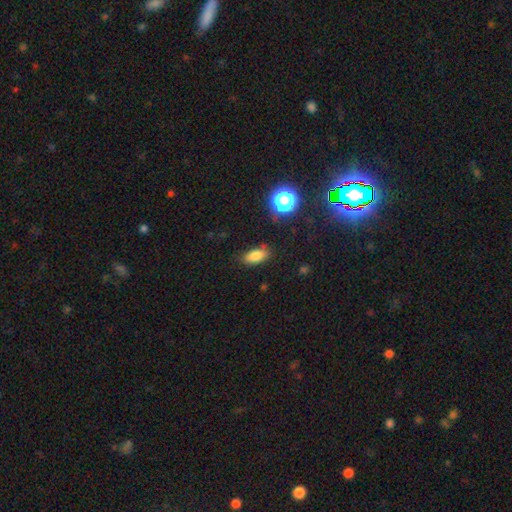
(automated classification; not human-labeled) Morphology: type=smooth (81%); roundness=in between (85%); merging=none (81%).